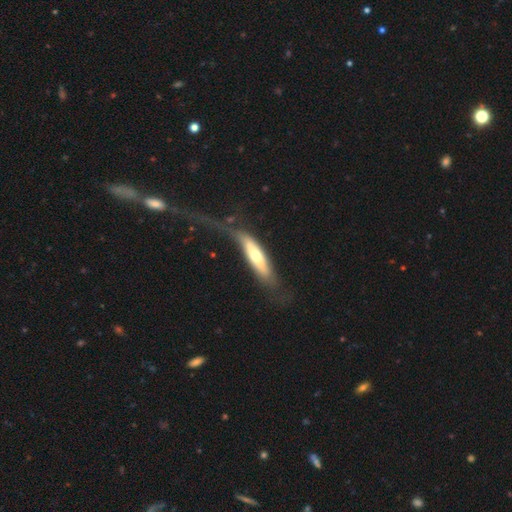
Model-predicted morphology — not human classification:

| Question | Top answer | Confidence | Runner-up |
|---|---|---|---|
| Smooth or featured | smooth | 53% | featured or disk (42%) |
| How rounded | cigar-shaped | 62% | in between (36%) |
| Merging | none | 41% | major disturbance (32%) |